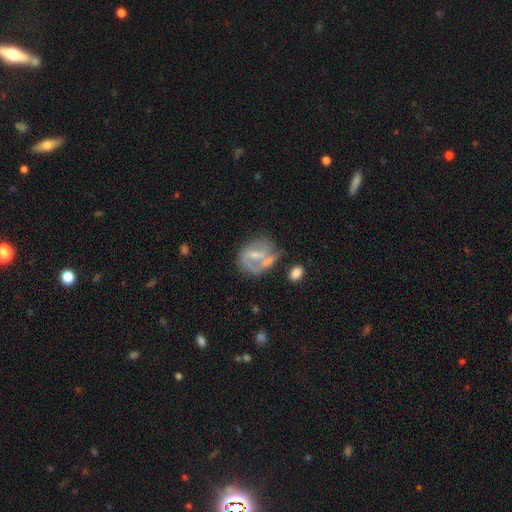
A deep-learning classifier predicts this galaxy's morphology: A featured or disk galaxy (66%) with a weak bar (47%), spiral arms (69%) and a small central bulge (46%). Merging: none (43%).